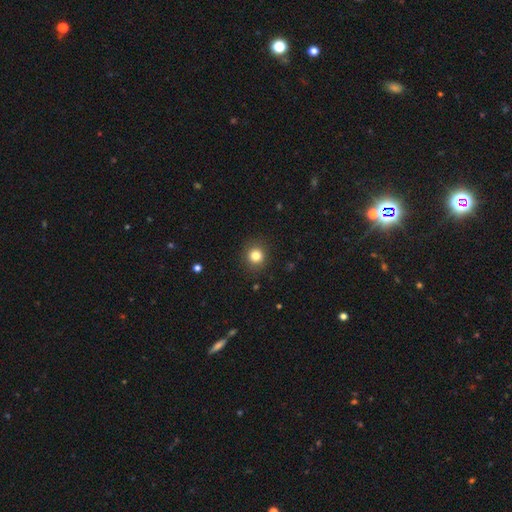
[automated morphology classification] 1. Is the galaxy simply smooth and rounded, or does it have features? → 82% smooth, 12% star or artifact, 6% featured or disk.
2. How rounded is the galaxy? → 89% round, 10% in between, 1% cigar-shaped.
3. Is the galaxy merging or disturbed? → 90% none, 7% minor disturbance, 2% major disturbance, 1% merger.